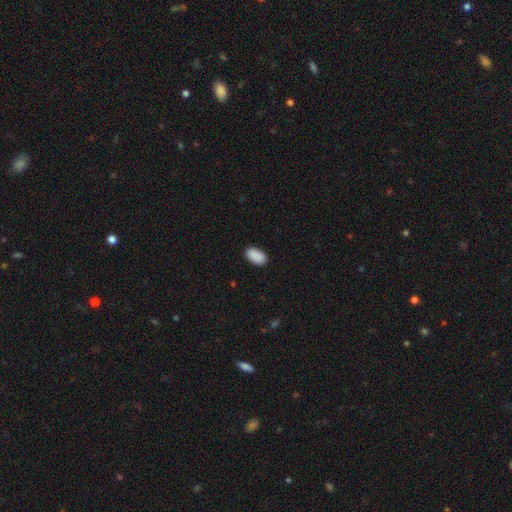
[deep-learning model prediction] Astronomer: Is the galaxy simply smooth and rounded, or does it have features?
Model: smooth — 91%.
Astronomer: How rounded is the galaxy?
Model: in between — 95%.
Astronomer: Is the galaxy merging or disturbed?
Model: none — 88%.